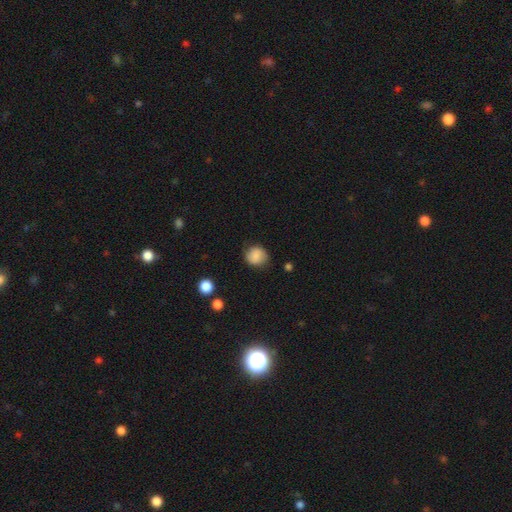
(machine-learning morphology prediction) type=smooth (86%); roundness=round (84%); merging=none (81%).